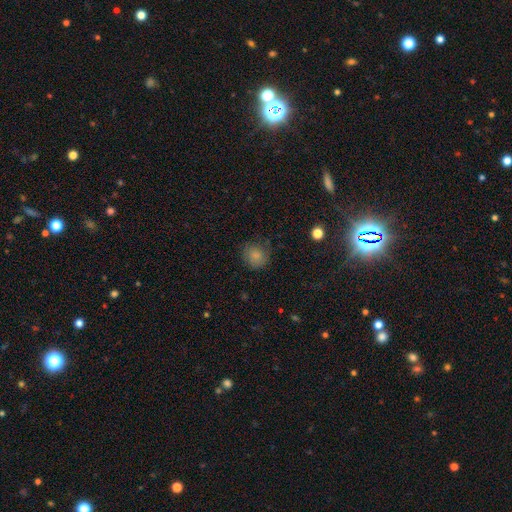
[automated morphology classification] Overall: smooth (81%). How rounded: round (82%). Merging: none (69%).